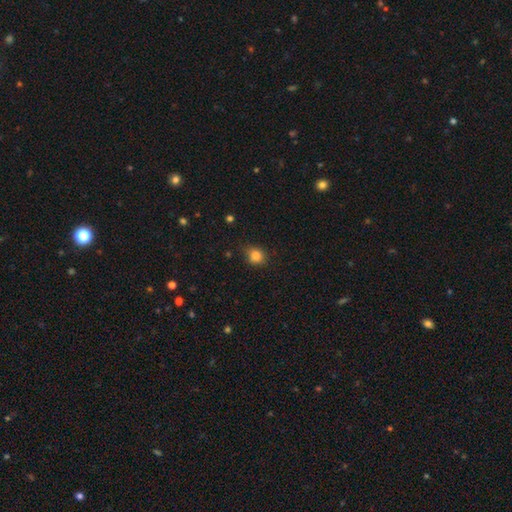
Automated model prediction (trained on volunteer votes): This appears to be a smooth galaxy with no disk features (84%) that is round (78%). Merging: none (75%).